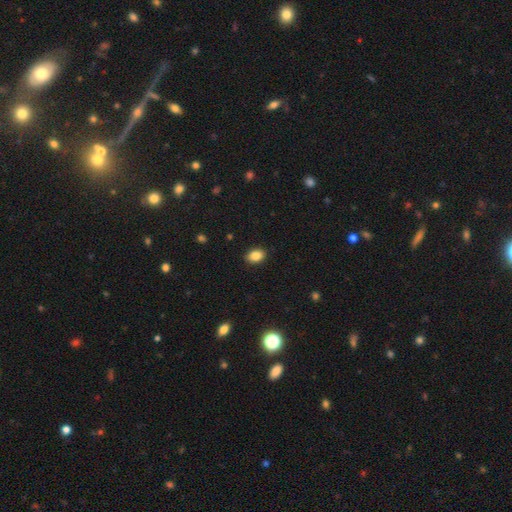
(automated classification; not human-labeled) Overall: smooth (86%). How rounded: in between (81%). Merging: none (89%).